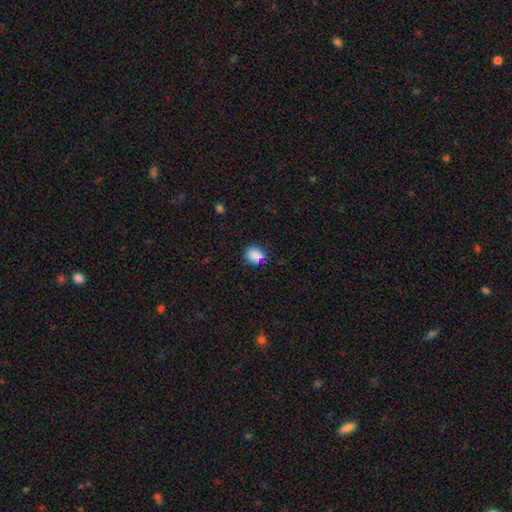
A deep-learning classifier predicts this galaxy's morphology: smooth-or-featured: smooth: 85% | star or artifact: 10% | featured or disk: 5%
  how-rounded: round: 49% (tied) | in between: 49% (tied) | cigar-shaped: 1%
  merging: none: 76% | minor disturbance: 17% | major disturbance: 4% | merger: 3%